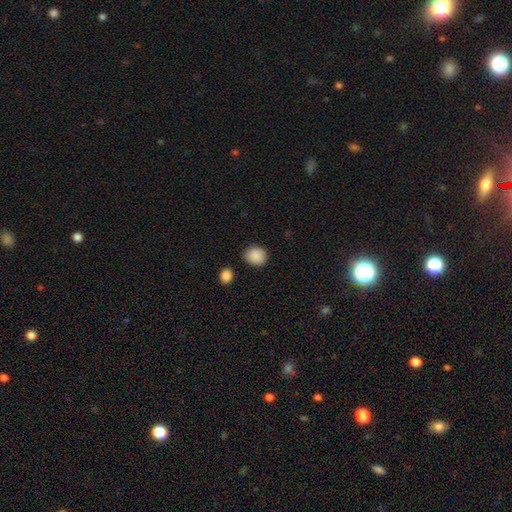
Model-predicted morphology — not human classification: Smooth or featured: smooth — 89% (star or artifact — 8%)
How rounded: round — 67% (in between — 32%)
Merging: none — 82% (minor disturbance — 12%)